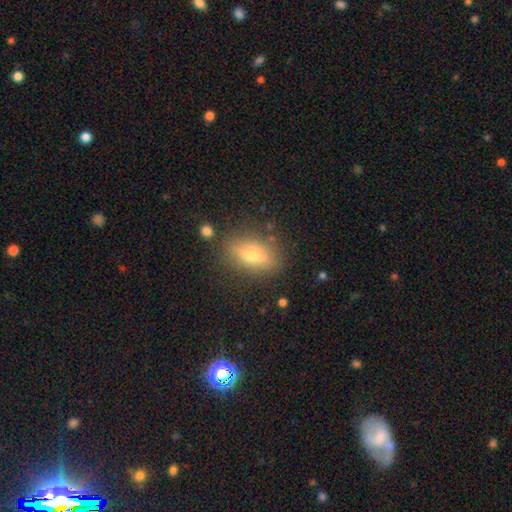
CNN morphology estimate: Q: Smooth or featured?
A: smooth (47%); runner-up: featured or disk (41%)
Q: Merging?
A: none (83%); runner-up: minor disturbance (11%)